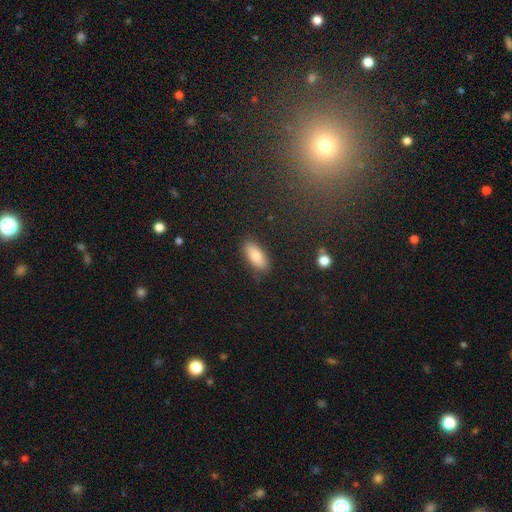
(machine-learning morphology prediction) type=smooth (78%); roundness=in between (87%); merging=none (84%).